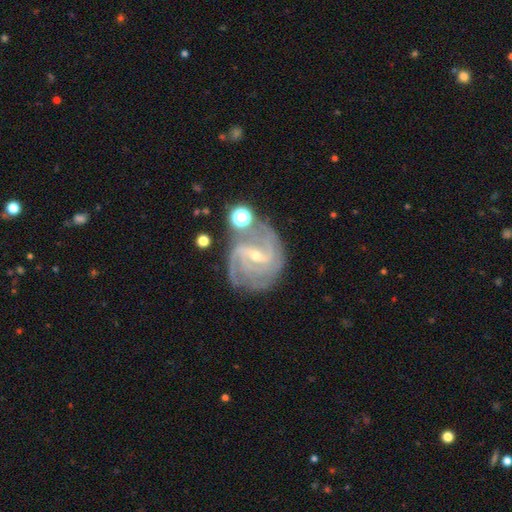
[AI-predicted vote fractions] This is clearly a featured or disk galaxy (89%). It is clearly not viewed edge-on (97%). Bar: possibly weak (48%). Spiral arm pattern: clearly yes (97%). Spiral arm count: marginally 3 (29%). Spiral winding: possibly tight (46%). Central bulge: likely small (68%). Merging: likely none (67%).